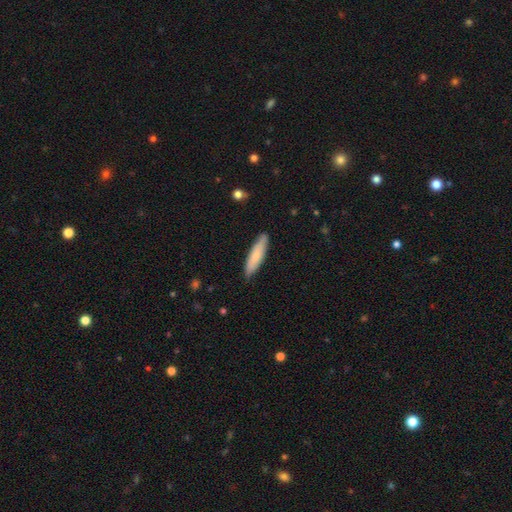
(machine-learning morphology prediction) A smooth galaxy with no disk features (72%) that is cigar-shaped (71%). Merging: none (84%).